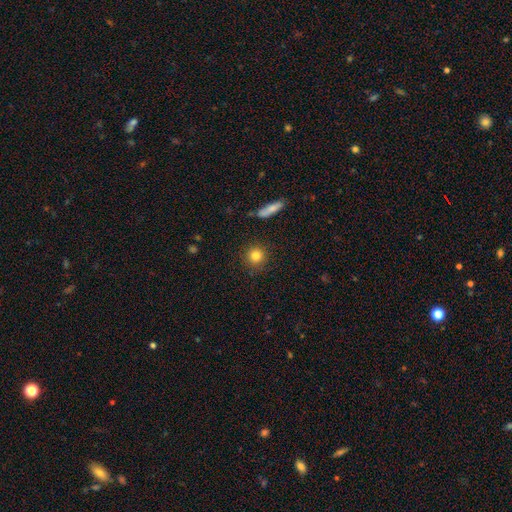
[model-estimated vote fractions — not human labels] Smooth or featured? smooth (83%)
How rounded? round (93%)
Merging? none (89%)